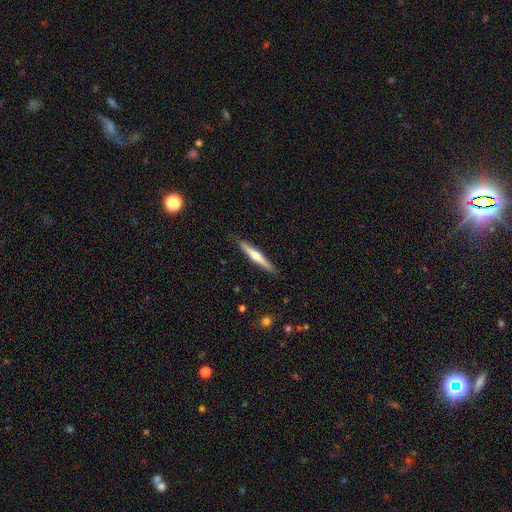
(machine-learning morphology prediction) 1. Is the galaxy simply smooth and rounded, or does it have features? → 59% featured or disk, 35% smooth, 5% star or artifact.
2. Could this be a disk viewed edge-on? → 97% yes, 3% no.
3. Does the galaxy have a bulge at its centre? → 85% rounded, 12% none, 3% boxy.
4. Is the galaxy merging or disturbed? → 89% none, 8% minor disturbance, 1% major disturbance, 1% merger.